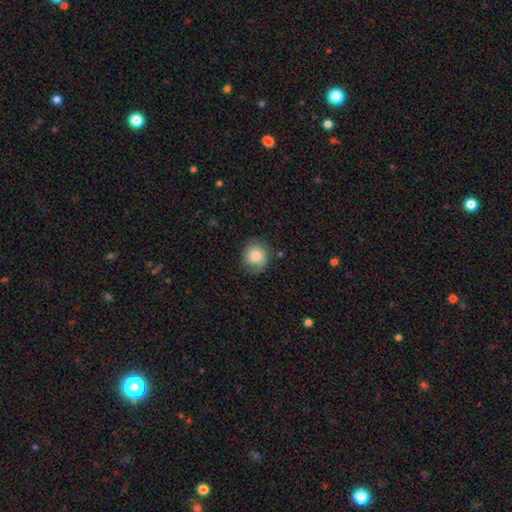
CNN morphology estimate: smooth 83%, featured or disk 9%, star or artifact 8%. Down the decision tree: how rounded — round (81%); merging — none (80%).